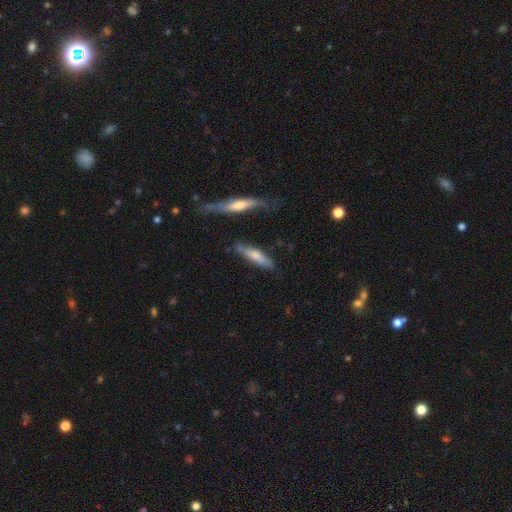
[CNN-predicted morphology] Smooth or featured? Predicted: smooth (p=0.63). How rounded? Predicted: cigar-shaped (p=0.76). Merging? Predicted: none (p=0.66).